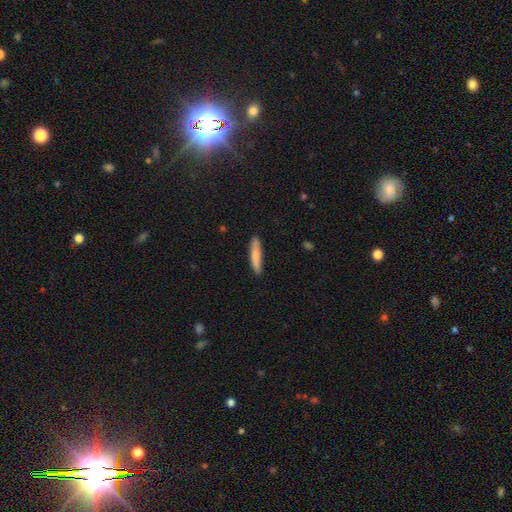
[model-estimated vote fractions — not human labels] This is likely a smooth galaxy (78%). How rounded: clearly cigar-shaped (91%). Merging: clearly none (88%).